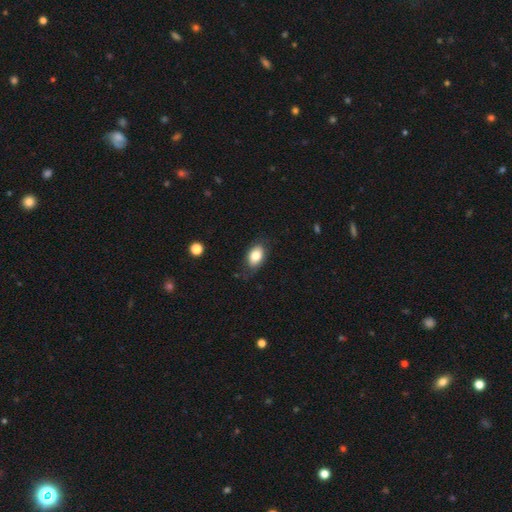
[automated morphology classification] Smooth or featured?
  - smooth: 81% *
  - featured or disk: 11%
  - star or artifact: 8%
How rounded?
  - in between: 87% *
  - round: 11%
  - cigar-shaped: 2%
Merging?
  - none: 79% *
  - minor disturbance: 16%
  - major disturbance: 4%
  - merger: 1%